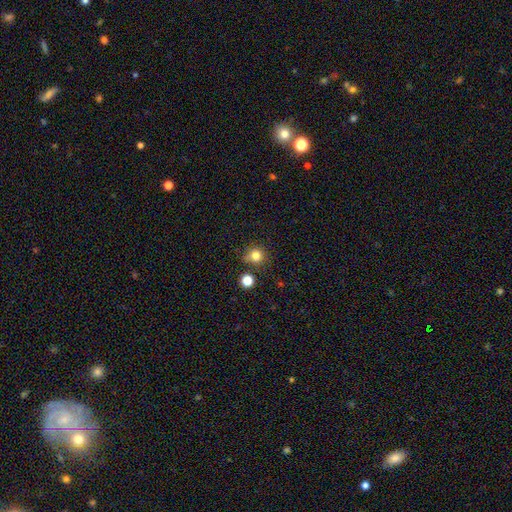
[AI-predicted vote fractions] The model was most divided on "merging": none: 74%, minor disturbance: 12%, merger: 10%, major disturbance: 4%. More confident: how rounded — round (91%); smooth or featured — smooth (80%).